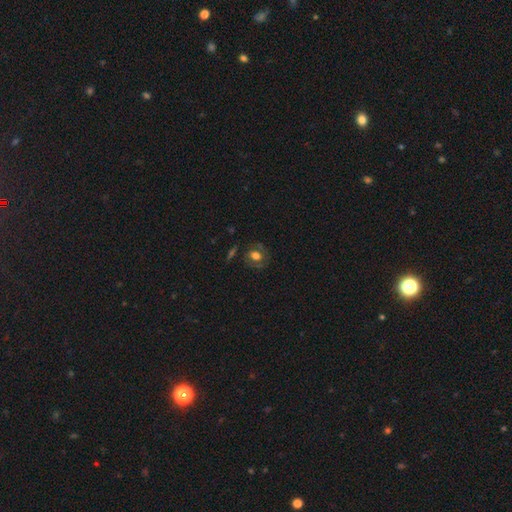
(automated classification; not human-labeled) smooth-or-featured: smooth: 52% | featured or disk: 36% | star or artifact: 12%
  how-rounded: round: 55% | in between: 43% | cigar-shaped: 2%
  merging: none: 71% | minor disturbance: 17% | major disturbance: 9% | merger: 3%